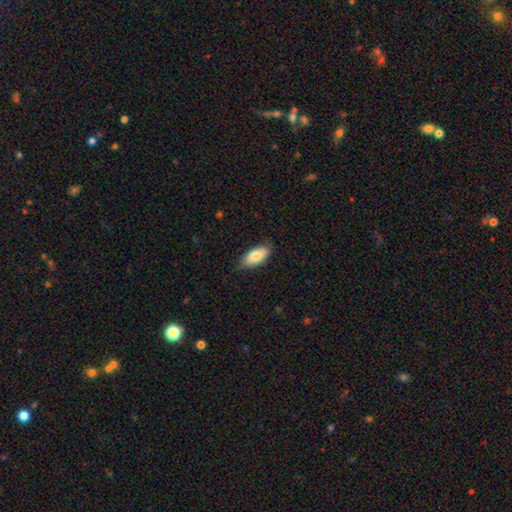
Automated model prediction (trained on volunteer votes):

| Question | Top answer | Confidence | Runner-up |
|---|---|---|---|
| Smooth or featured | smooth | 78% | featured or disk (15%) |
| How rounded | in between | 89% | cigar-shaped (9%) |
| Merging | none | 76% | minor disturbance (21%) |